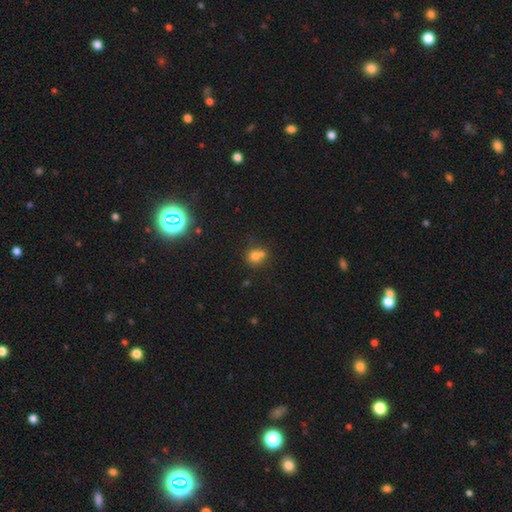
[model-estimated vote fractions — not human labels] Smooth or featured? Predicted: smooth (p=0.72). How rounded? Predicted: round (p=0.79). Merging? Predicted: merger (p=0.46).